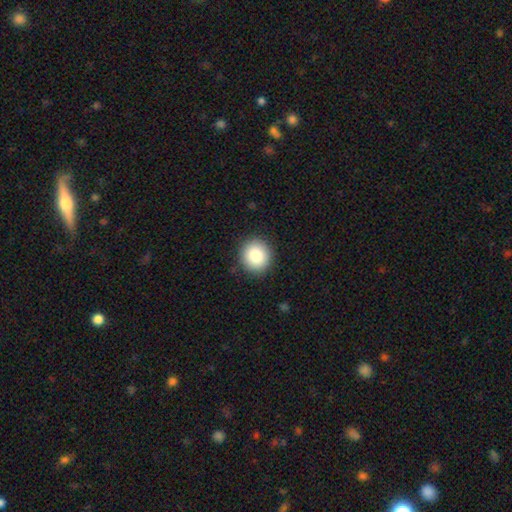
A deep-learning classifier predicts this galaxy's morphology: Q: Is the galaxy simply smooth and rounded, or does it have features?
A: smooth — 85%.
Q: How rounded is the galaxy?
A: round — 88%.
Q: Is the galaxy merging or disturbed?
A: none — 90%.